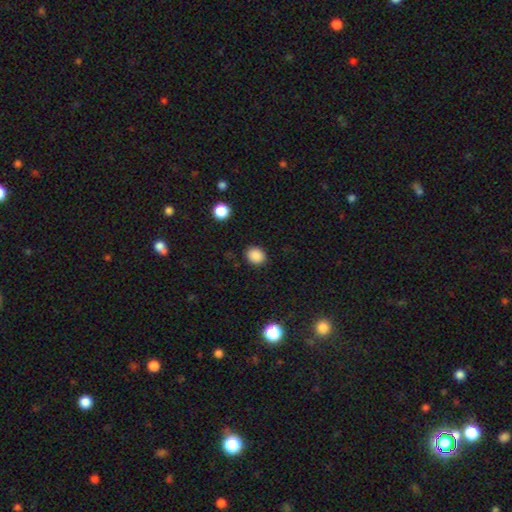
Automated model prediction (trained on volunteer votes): smooth-or-featured: smooth: 87% | star or artifact: 10% | featured or disk: 3%
  how-rounded: round: 63% | in between: 36% | cigar-shaped: 1%
  merging: none: 89% | minor disturbance: 8% | major disturbance: 2% | merger: 1%